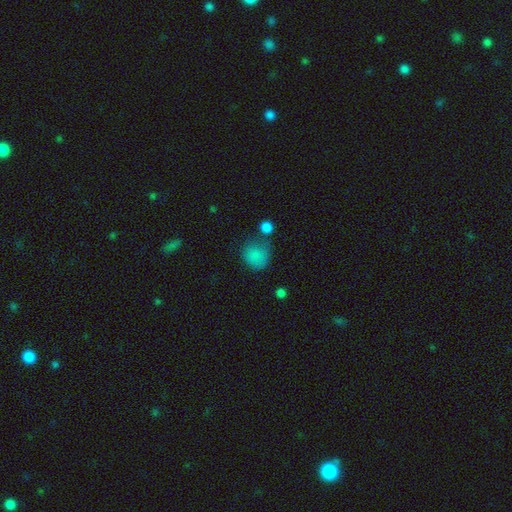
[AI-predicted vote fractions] The model was most divided on "merging": none: 55%, minor disturbance: 22%, merger: 12%, major disturbance: 11%. More confident: smooth or featured — smooth (83%); how rounded — round (81%).